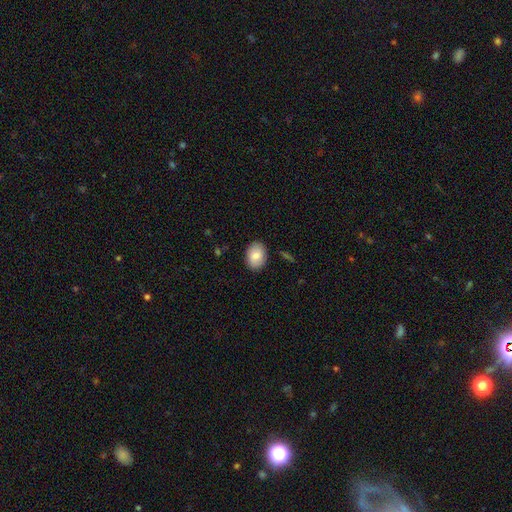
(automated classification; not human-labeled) This appears to be a smooth galaxy with no disk features (84%) that is in between round and cigar-shaped (76%). Merging: none (88%).